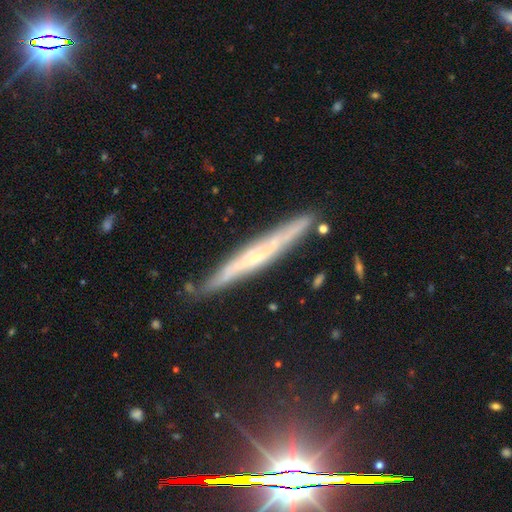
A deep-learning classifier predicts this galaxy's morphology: Overall: featured or disk (68%). Edge-on disk: yes (91%). Edge-on bulge: none (51%; rounded 43%). Merging: none (82%).